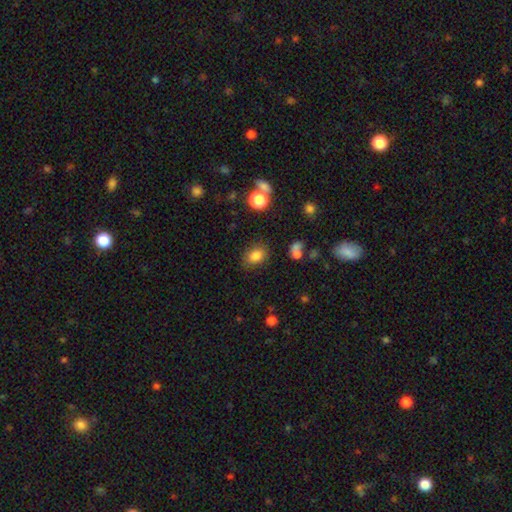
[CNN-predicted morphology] smooth_or_featured: smooth (p=0.81) [alt: star or artifact p=0.12]
how_rounded: in between (p=0.69) [alt: round p=0.30]
merging: none (p=0.79) [alt: minor disturbance p=0.13]